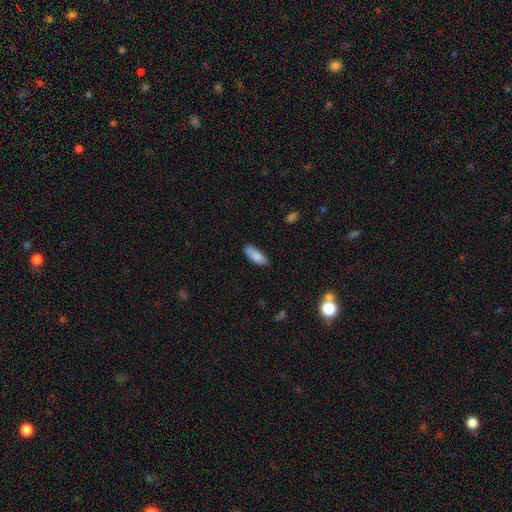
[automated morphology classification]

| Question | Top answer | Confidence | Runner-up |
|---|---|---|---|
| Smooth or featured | smooth | 85% | featured or disk (9%) |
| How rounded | in between | 74% | cigar-shaped (25%) |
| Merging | none | 74% | minor disturbance (21%) |